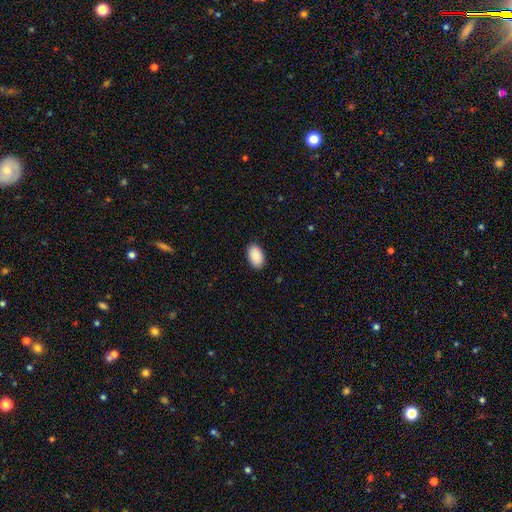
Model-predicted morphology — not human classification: A smooth galaxy with no disk features (91%) that is in between round and cigar-shaped (94%). Merging: none (89%).